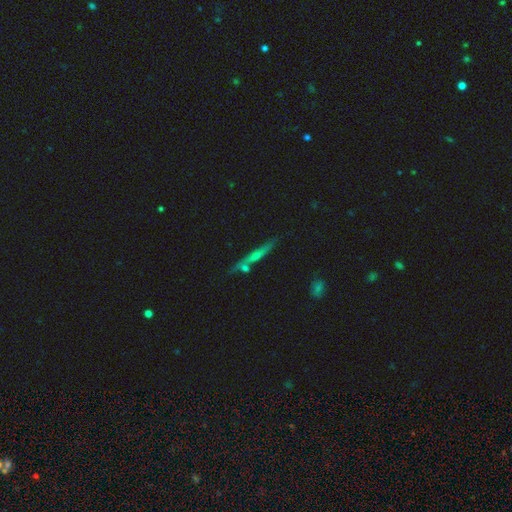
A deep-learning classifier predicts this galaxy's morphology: The model was most divided on "smooth or featured": featured or disk: 58%, smooth: 28%, star or artifact: 13%. More confident: edge-on disk — yes (91%); merging — none (74%); edge-on bulge — rounded (63%).